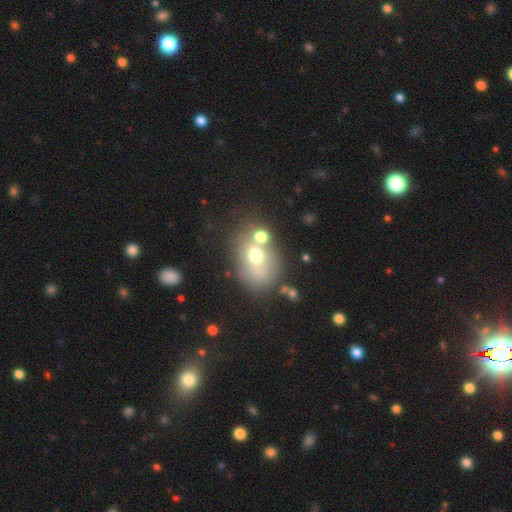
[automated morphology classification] Smooth or featured?
  - smooth: 60% *
  - featured or disk: 26%
  - star or artifact: 14%
How rounded?
  - in between: 61% *
  - round: 38%
  - cigar-shaped: 1%
Merging?
  - none: 48% *
  - merger: 28%
  - minor disturbance: 15%
  - major disturbance: 9%